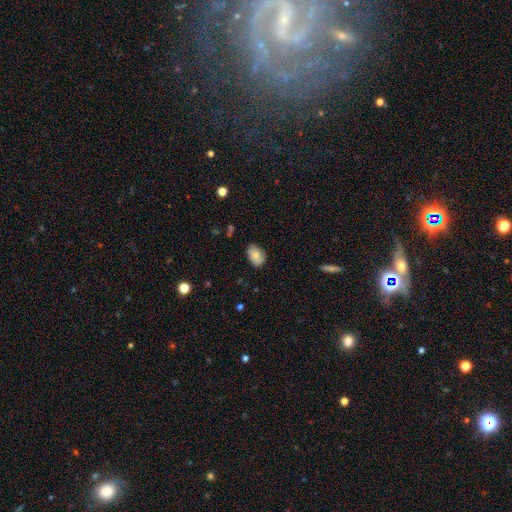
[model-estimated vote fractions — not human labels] smooth 77%, featured or disk 16%, star or artifact 8%. Down the decision tree: how rounded — in between (82%); merging — none (76%).